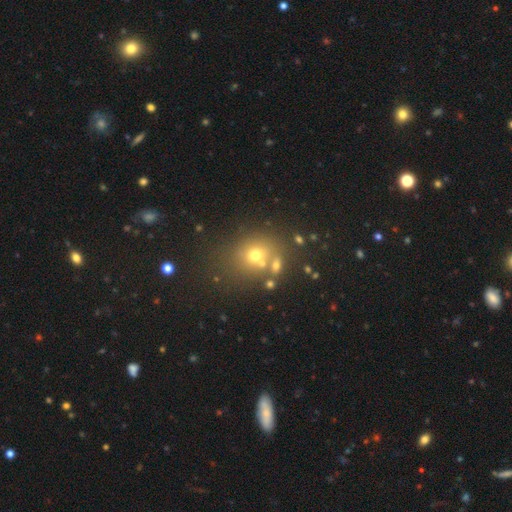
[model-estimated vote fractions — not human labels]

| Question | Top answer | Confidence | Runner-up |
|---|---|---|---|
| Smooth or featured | smooth | 62% | star or artifact (21%) |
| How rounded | round | 68% | in between (31%) |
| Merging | none | 57% | merger (24%) |